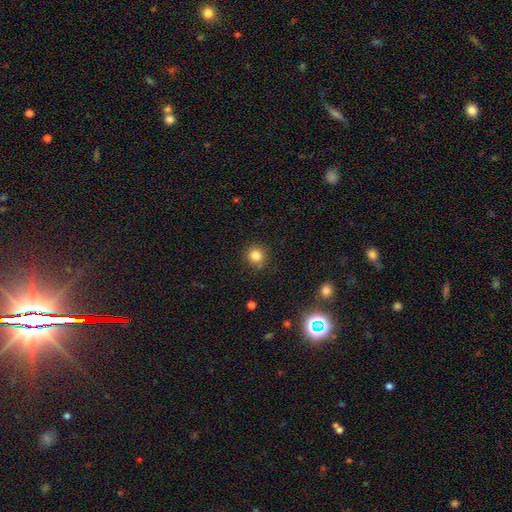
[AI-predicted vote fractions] Morphology: type=smooth (83%); roundness=round (89%); merging=none (85%).